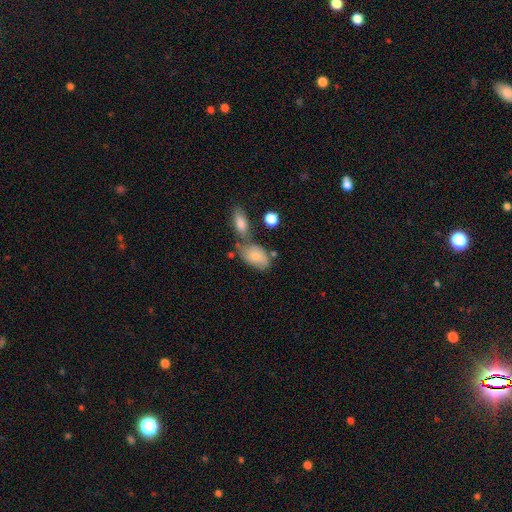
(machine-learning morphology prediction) This is likely a smooth galaxy (78%). How rounded: clearly in between (91%). Merging: marginally none (42%).